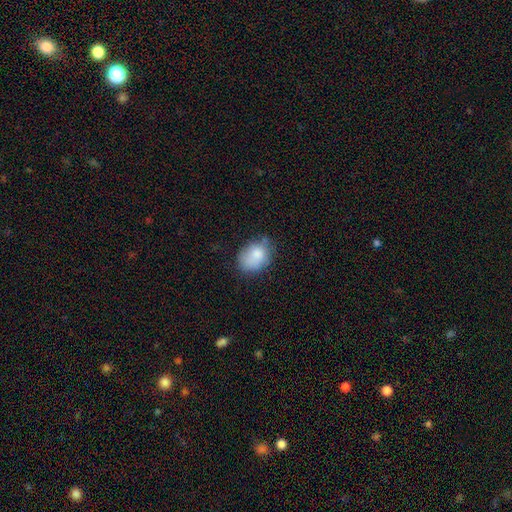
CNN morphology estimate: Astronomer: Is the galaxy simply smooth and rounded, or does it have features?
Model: smooth — 82%.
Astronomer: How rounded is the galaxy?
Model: in between — 61% (runner-up: round, 38%).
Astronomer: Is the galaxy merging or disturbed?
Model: none — 57%.